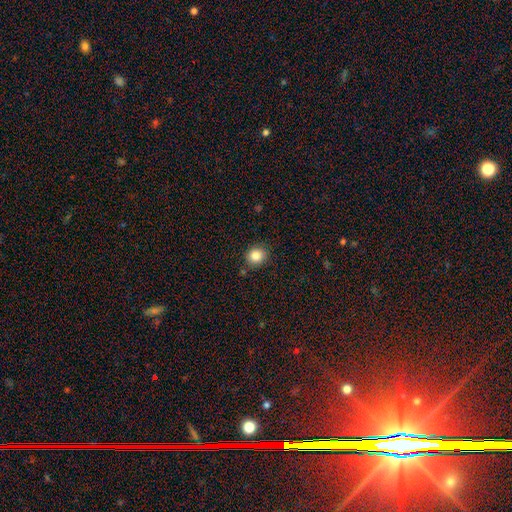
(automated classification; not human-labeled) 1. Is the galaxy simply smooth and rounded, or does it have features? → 84% smooth, 10% star or artifact, 6% featured or disk.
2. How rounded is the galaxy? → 82% round, 17% in between, 1% cigar-shaped.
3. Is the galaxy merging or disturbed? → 85% none, 9% minor disturbance, 3% merger, 2% major disturbance.